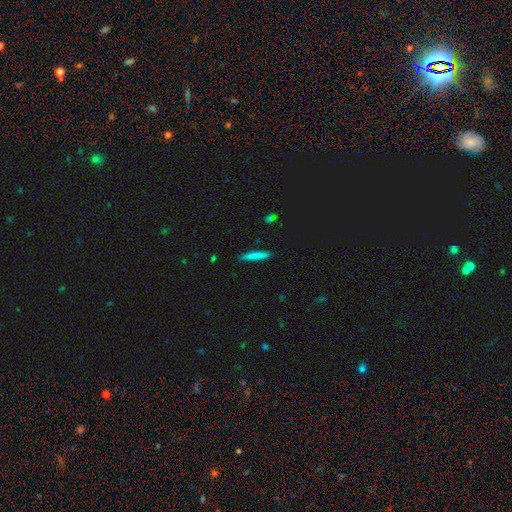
Morphology: type=smooth (82%); roundness=cigar-shaped (97%); merging=none (94%).